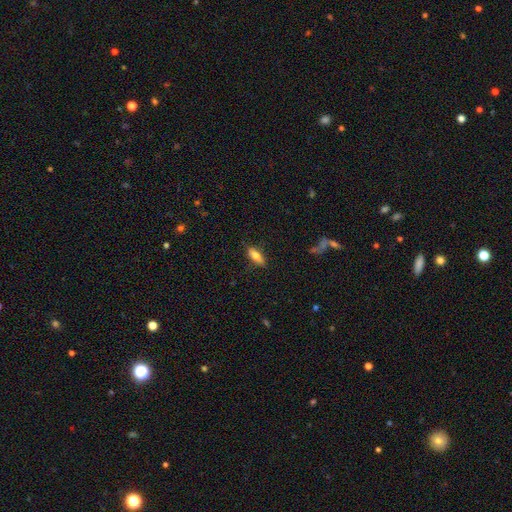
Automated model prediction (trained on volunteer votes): smooth-or-featured: smooth: 72% | featured or disk: 21% | star or artifact: 7%
  how-rounded: in between: 64% | cigar-shaped: 34% | round: 3%
  merging: none: 81% | minor disturbance: 14% | major disturbance: 3% | merger: 2%